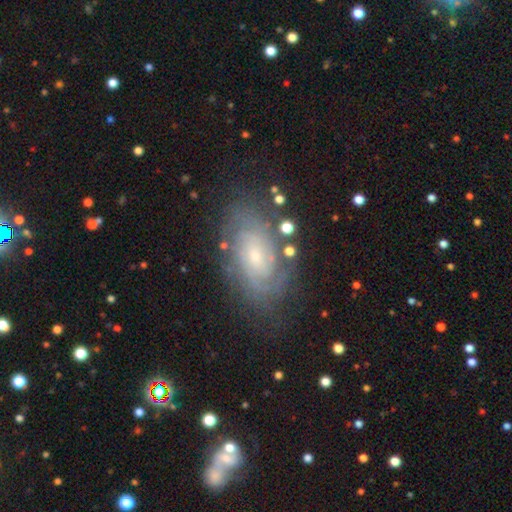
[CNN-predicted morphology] A featured or disk galaxy (82%) with no bar (65%), tight (74%) spiral arms (96%) and a small central bulge (66%). Merging: none (78%).